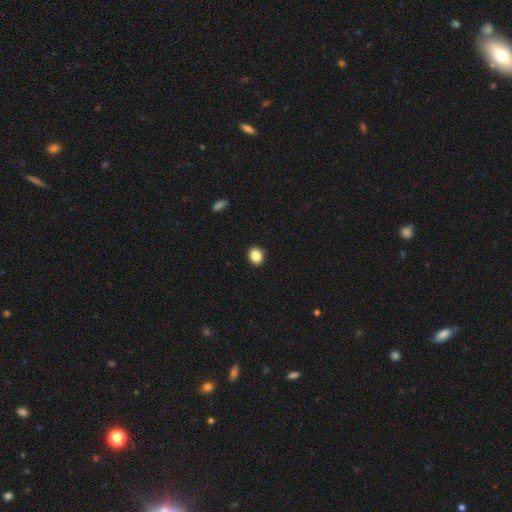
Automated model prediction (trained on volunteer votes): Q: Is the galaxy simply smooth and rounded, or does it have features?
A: smooth — 86%.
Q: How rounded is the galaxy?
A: round — 67%.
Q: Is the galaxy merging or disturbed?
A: none — 92%.